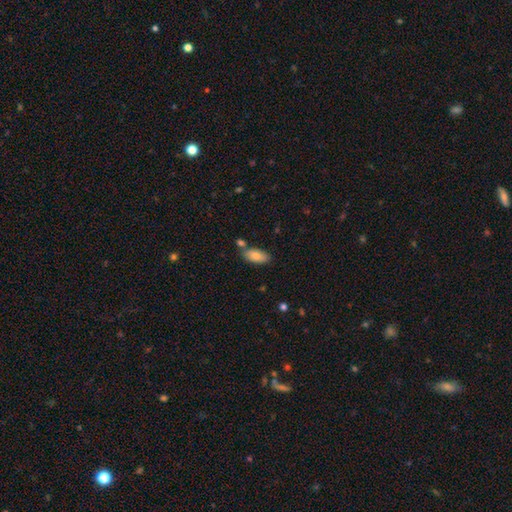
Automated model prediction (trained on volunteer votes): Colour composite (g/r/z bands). It shows a smooth galaxy with no disk features (84%) that is in between round and cigar-shaped (89%). Merging: none (72%).